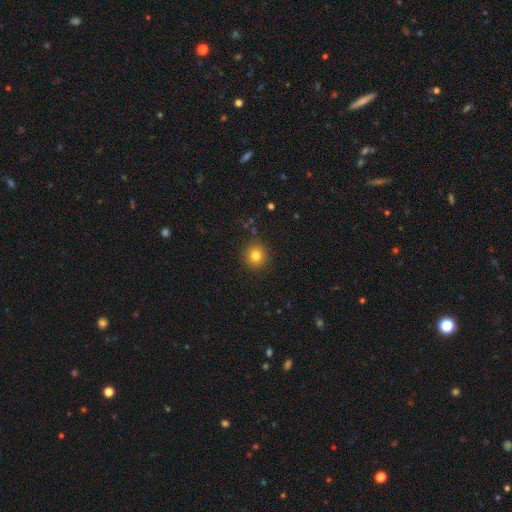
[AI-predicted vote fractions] smooth-or-featured: smooth: 80% | star or artifact: 13% | featured or disk: 7%
  how-rounded: round: 92% | in between: 7% | cigar-shaped: 1%
  merging: none: 89% | minor disturbance: 7% | major disturbance: 2% | merger: 1%